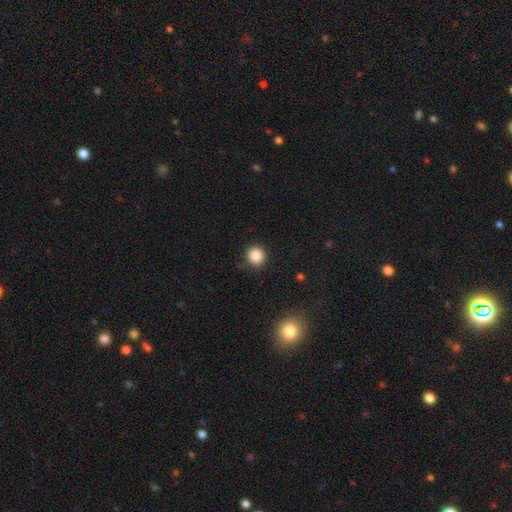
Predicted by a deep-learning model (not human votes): smooth 86%, star or artifact 11%, featured or disk 3%. Down the decision tree: how rounded — round (93%); merging — none (88%).